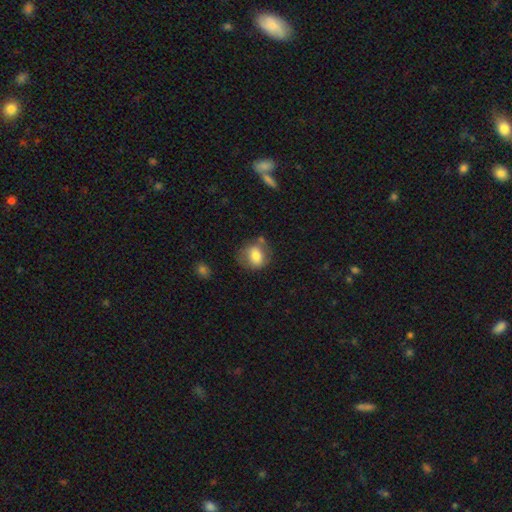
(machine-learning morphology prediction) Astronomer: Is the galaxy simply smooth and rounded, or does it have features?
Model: smooth — 74%.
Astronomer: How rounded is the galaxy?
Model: round — 57% (runner-up: in between, 42%).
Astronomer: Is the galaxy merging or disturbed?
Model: none — 62%.